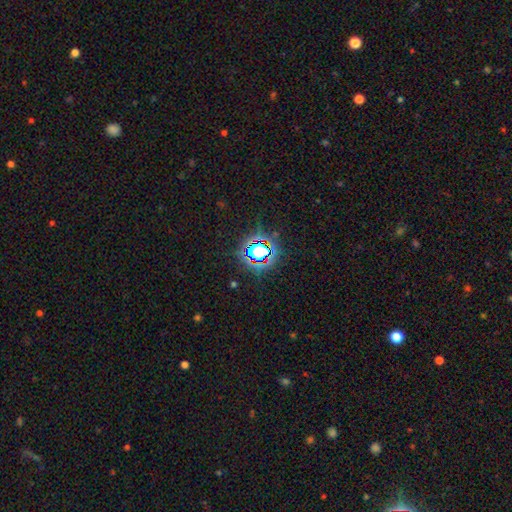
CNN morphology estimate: A star or artifact, not a galaxy (65%).

Vote fractions:
- Smooth or featured? star or artifact: 65% / smooth: 23% / featured or disk: 12%